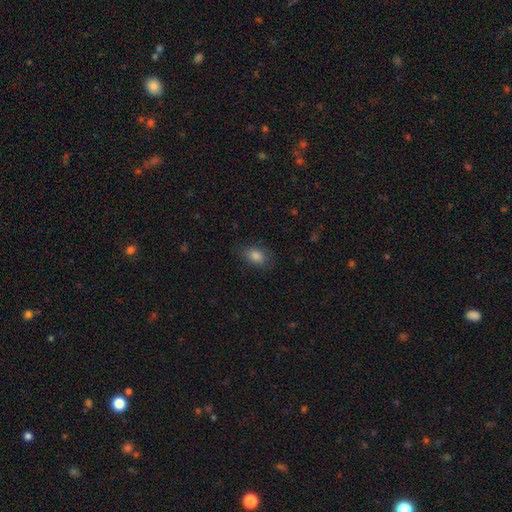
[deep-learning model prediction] A smooth galaxy with no disk features (81%) that is in between round and cigar-shaped (79%). Merging: none (80%).